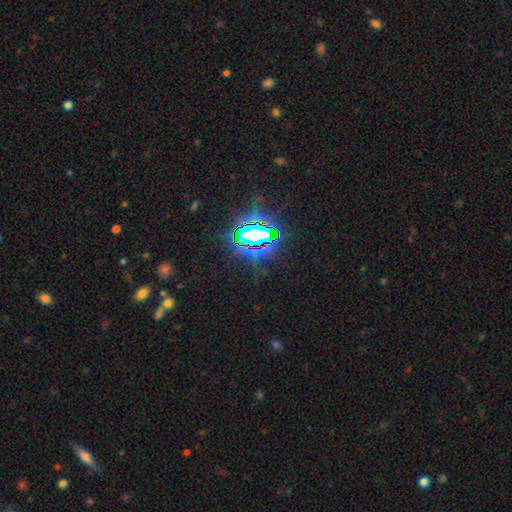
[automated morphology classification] Smooth or featured?
  - star or artifact: 81% *
  - smooth: 12%
  - featured or disk: 7%